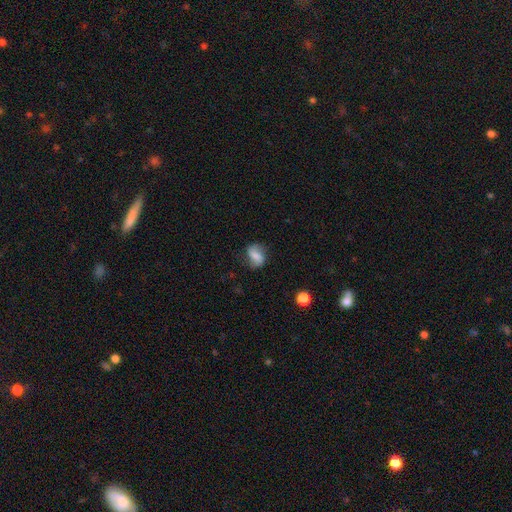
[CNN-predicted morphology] This is possibly a smooth galaxy (54%). How rounded: likely in between (70%). Merging: likely none (65%).